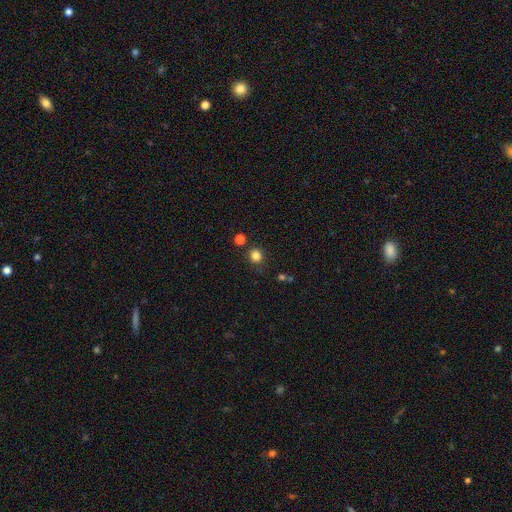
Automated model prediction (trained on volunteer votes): This appears to be a smooth galaxy with no disk features (82%) that is round (88%). Merging: none (85%).